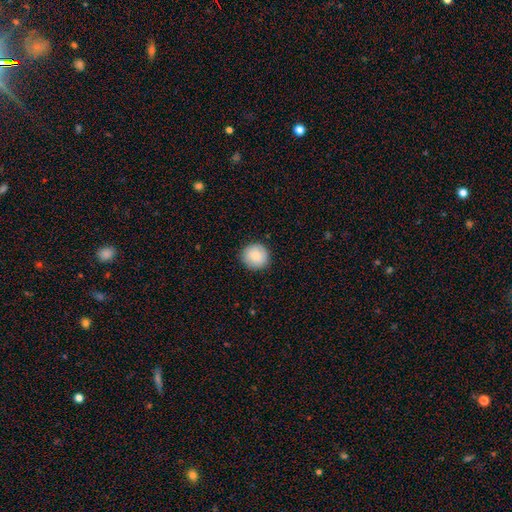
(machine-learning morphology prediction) Overall: smooth (87%). How rounded: round (93%). Merging: none (90%).